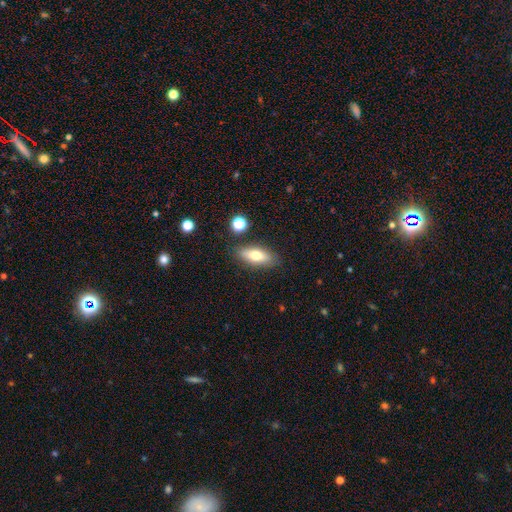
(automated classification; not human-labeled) Smooth or featured?
  - smooth: 69% *
  - featured or disk: 23%
  - star or artifact: 8%
How rounded?
  - in between: 72% *
  - cigar-shaped: 24%
  - round: 4%
Merging?
  - none: 84% *
  - minor disturbance: 11%
  - merger: 3%
  - major disturbance: 3%